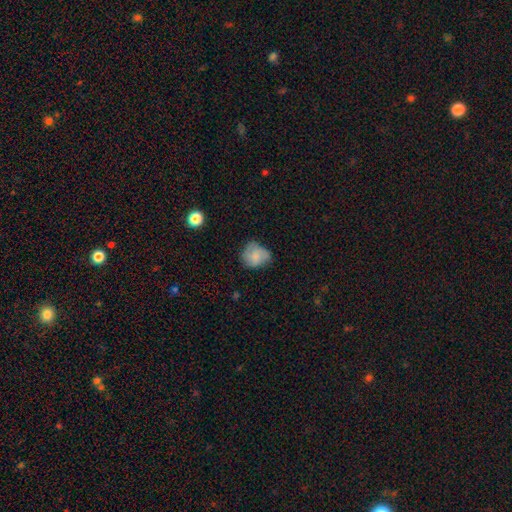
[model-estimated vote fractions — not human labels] Smooth or featured? Predicted: smooth (p=0.72). How rounded? Predicted: round (p=0.60). Merging? Predicted: none (p=0.46).